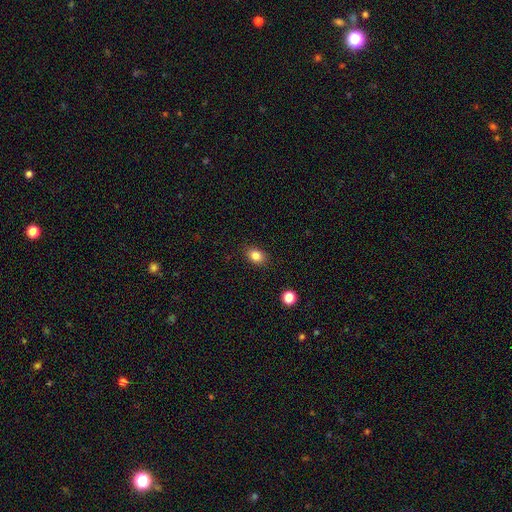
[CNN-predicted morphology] type=smooth (83%); roundness=in between (66%); merging=none (87%).